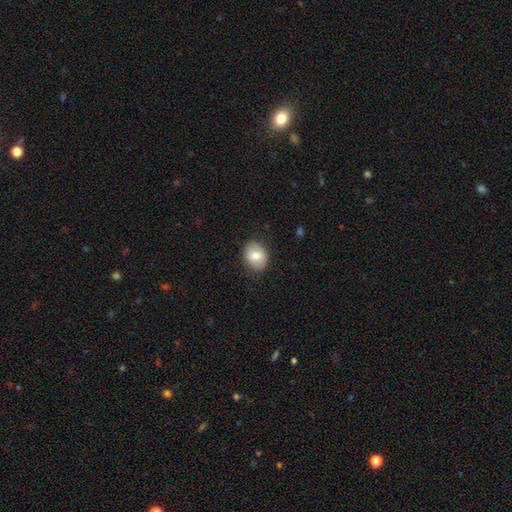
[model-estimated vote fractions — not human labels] Smooth or featured? Predicted: smooth (p=0.79). How rounded? Predicted: round (p=0.52). Merging? Predicted: none (p=0.85).